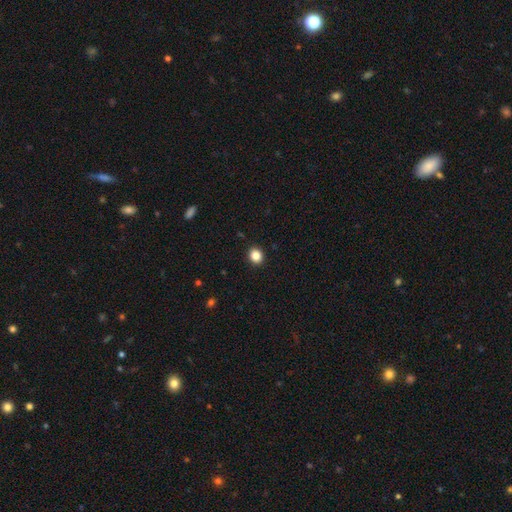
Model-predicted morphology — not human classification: smooth-or-featured: smooth: 85% | star or artifact: 11% | featured or disk: 4%
  how-rounded: round: 74% | in between: 25% | cigar-shaped: 1%
  merging: none: 92% | minor disturbance: 5% | major disturbance: 2% | merger: 1%